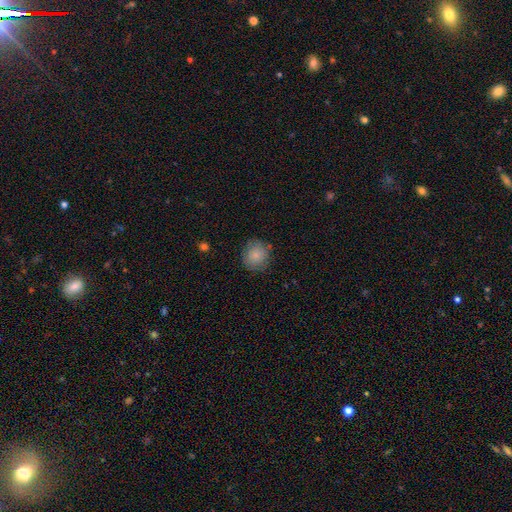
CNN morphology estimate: A smooth galaxy with no disk features (84%) that is round (84%). Merging: none (81%).